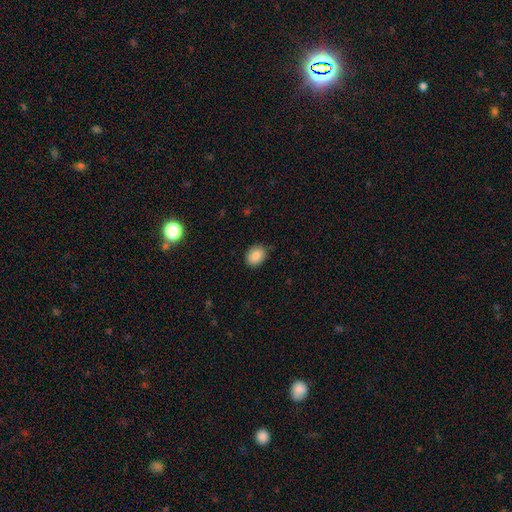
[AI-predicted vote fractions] The model was most divided on "how rounded": in between: 53%, round: 46%, cigar-shaped: 1%. More confident: merging — none (85%); smooth or featured — smooth (84%).